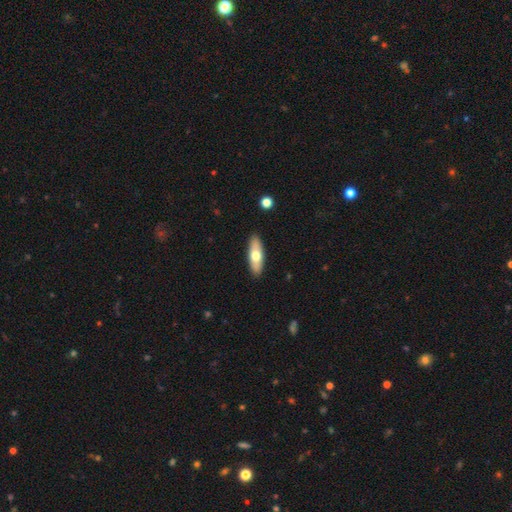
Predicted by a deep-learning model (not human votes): Q: Smooth or featured?
A: smooth (63%); runner-up: featured or disk (32%)
Q: How rounded?
A: in between (61%); runner-up: cigar-shaped (36%)
Q: Merging?
A: none (90%); runner-up: minor disturbance (7%)